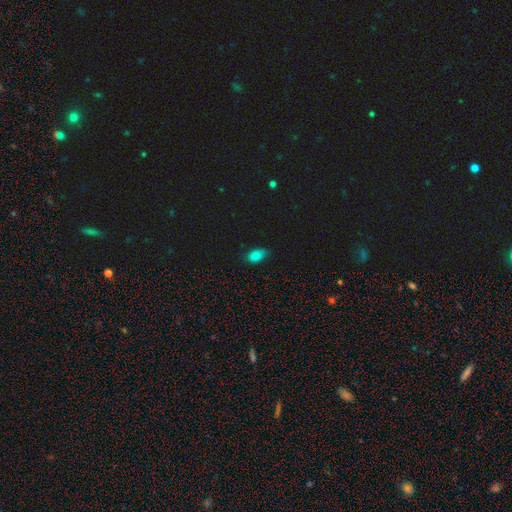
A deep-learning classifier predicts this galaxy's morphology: smooth_or_featured: smooth (p=0.80) [alt: star or artifact p=0.15]
how_rounded: in between (p=0.87) [alt: round p=0.11]
merging: none (p=0.68) [alt: minor disturbance p=0.26]